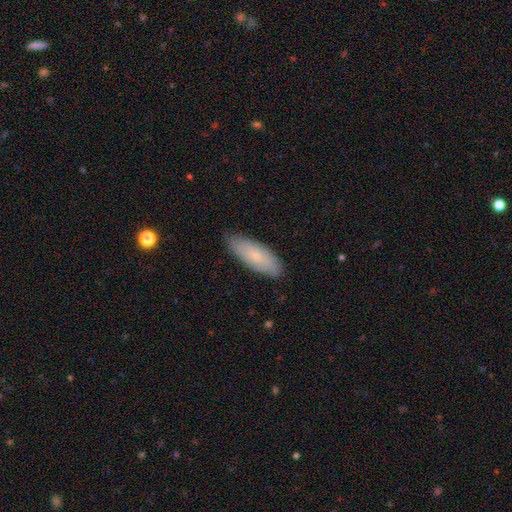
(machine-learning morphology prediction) type=smooth (72%); roundness=in between (68%); merging=none (83%).